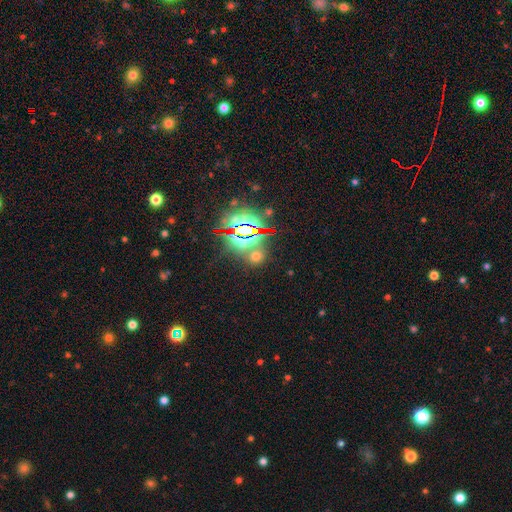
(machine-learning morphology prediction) star or artifact 57%, smooth 36%, featured or disk 7%.